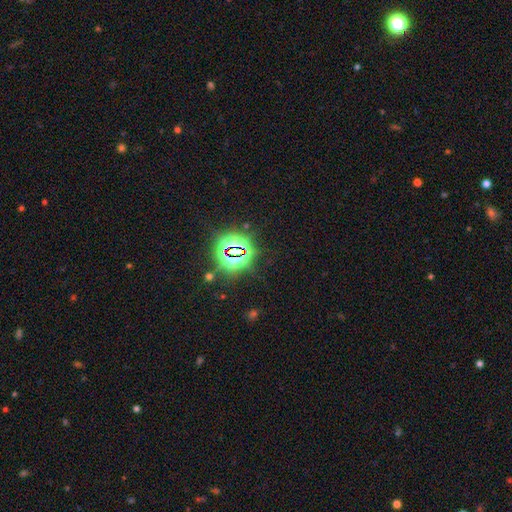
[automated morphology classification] This appears to be a star or artifact, not a galaxy (83%).